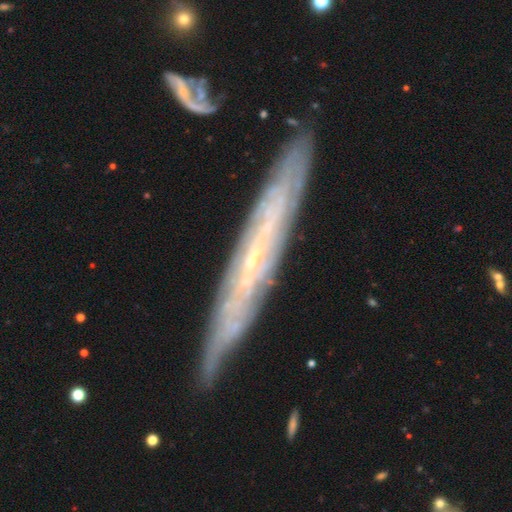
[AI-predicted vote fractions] Smooth or featured? featured or disk (77%)
Edge-on disk? yes (67%)
Edge-on bulge? none (68%)
Merging? none (85%)